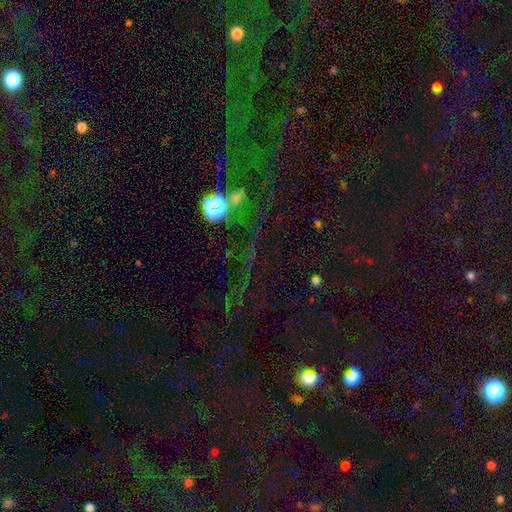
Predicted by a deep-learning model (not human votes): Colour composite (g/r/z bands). It shows a star or artifact, not a galaxy (71%).